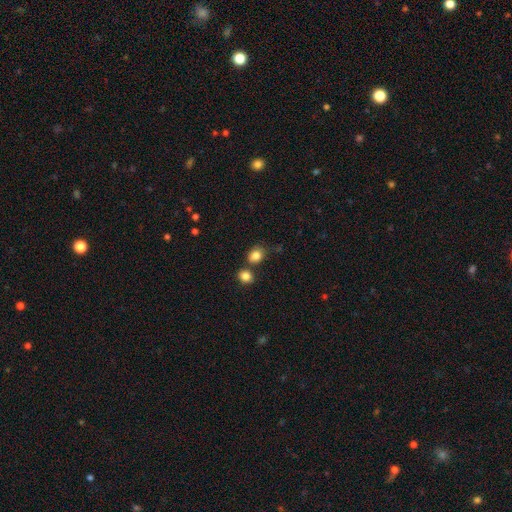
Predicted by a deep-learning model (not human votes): Smooth or featured: smooth — 84% (star or artifact — 10%)
How rounded: round — 58% (in between — 41%)
Merging: none — 61% (merger — 21%)